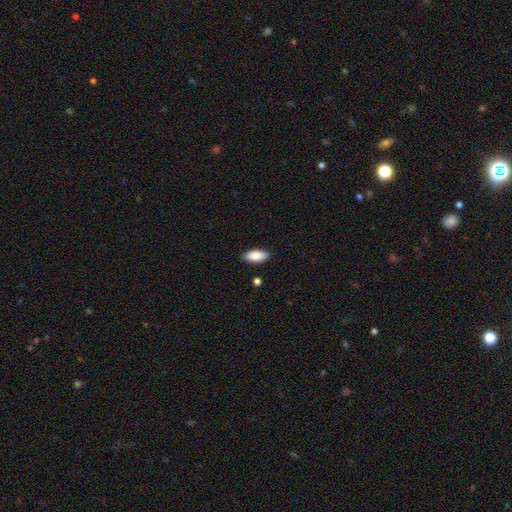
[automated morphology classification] Overall: smooth (84%). How rounded: in between (86%). Merging: none (88%).